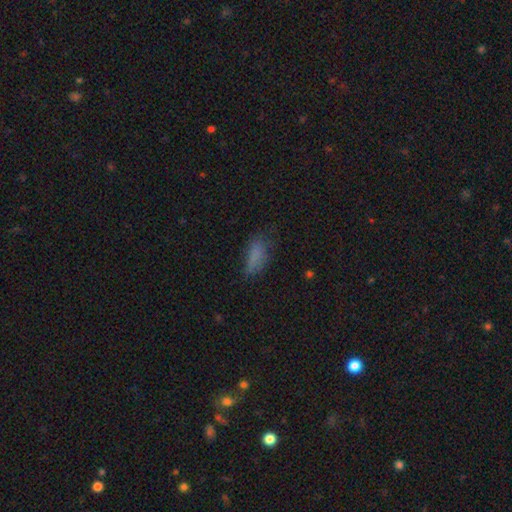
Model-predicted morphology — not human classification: Smooth or featured: smooth — 75% (star or artifact — 14%)
How rounded: in between — 77% (cigar-shaped — 19%)
Merging: none — 53% (minor disturbance — 29%)